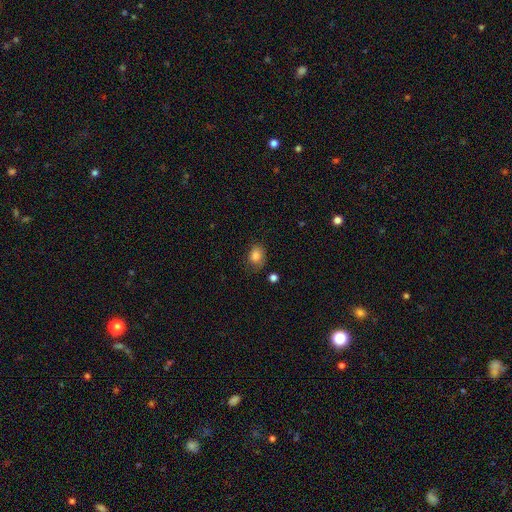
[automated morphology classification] smooth_or_featured: smooth (p=0.83) [alt: star or artifact p=0.10]
how_rounded: in between (p=0.60) [alt: round p=0.39]
merging: none (p=0.67) [alt: minor disturbance p=0.24]